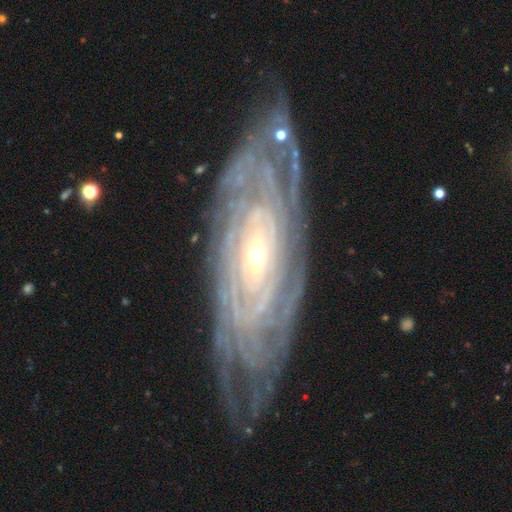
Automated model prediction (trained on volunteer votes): Smooth or featured? featured or disk (87%)
Edge-on disk? no (88%)
Bar? no (62%)
Spiral arms? yes (94%)
Spiral winding? tight (83%)
Spiral arm count? can't tell (46%)
Bulge size? small (74%)
Merging? none (76%)